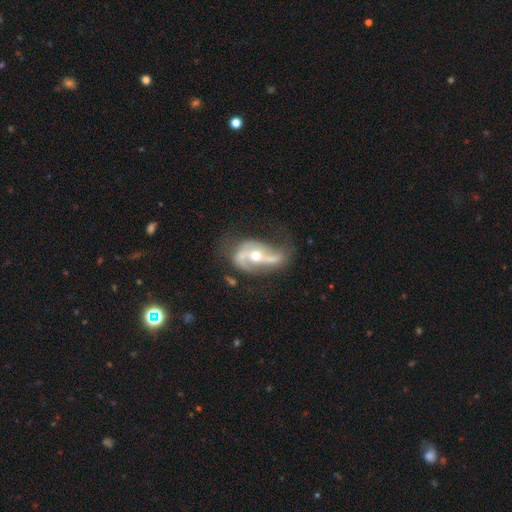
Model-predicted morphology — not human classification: Smooth or featured? featured or disk (86%)
Edge-on disk? no (96%)
Bar? no (41%)
Spiral arms? yes (93%)
Spiral winding? loose (55%)
Spiral arm count? 2 (85%)
Bulge size? moderate (63%)
Merging? none (50%)